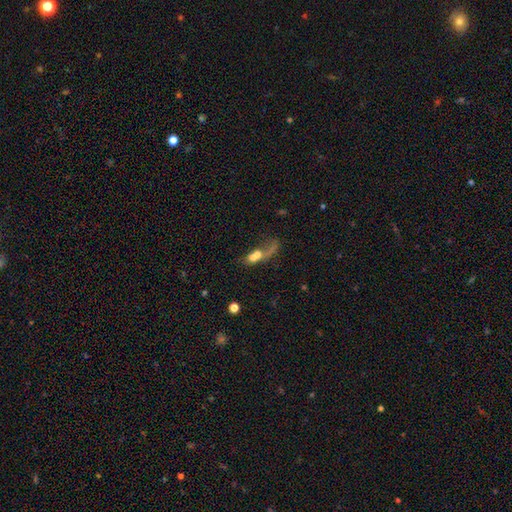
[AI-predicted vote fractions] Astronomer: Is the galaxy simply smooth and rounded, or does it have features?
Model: smooth — 52% (runner-up: featured or disk, 36%).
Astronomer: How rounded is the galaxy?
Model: in between — 51% (runner-up: round, 29%).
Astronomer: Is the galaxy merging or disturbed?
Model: merger — 58%.